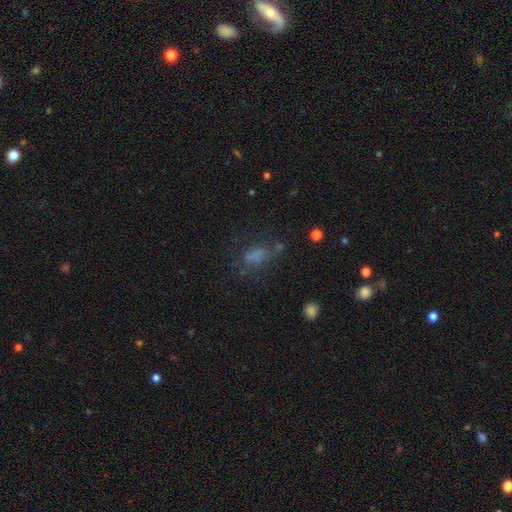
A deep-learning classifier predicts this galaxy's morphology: A smooth galaxy with no disk features (61%) that is in between round and cigar-shaped (78%). Merging: none (46%).